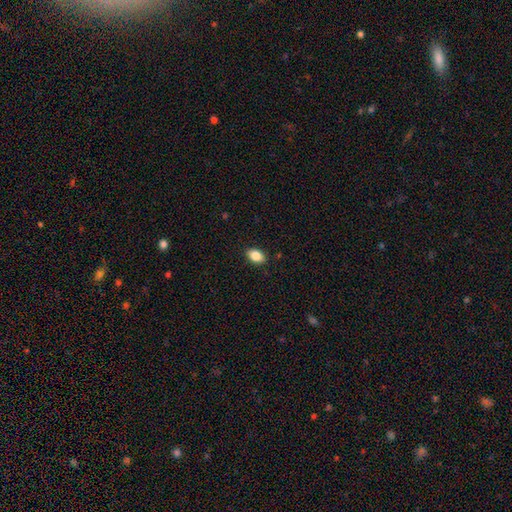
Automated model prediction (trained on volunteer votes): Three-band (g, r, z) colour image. It shows a smooth galaxy with no disk features (87%) that is in between round and cigar-shaped (87%). Merging: none (89%).